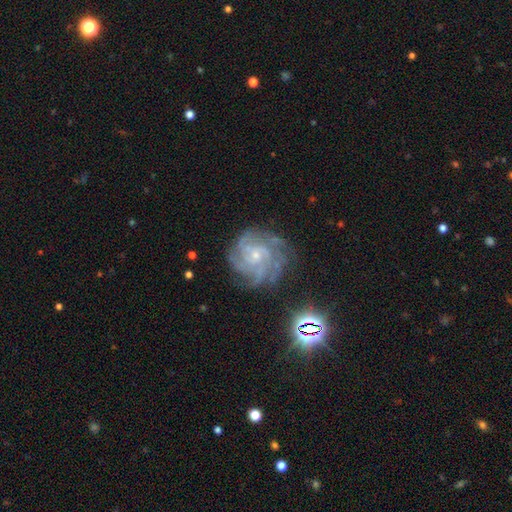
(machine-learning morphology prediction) This is clearly a featured or disk galaxy (85%). It is clearly not viewed edge-on (98%). Bar: likely no (69%). Spiral arm pattern: clearly yes (97%). Spiral arm count: marginally 4 (30%). Spiral winding: likely tight (63%). Central bulge: likely small (74%). Merging: likely none (71%).